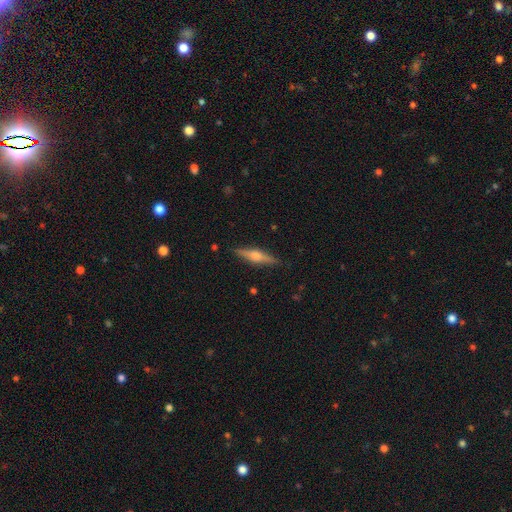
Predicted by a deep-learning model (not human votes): Smooth or featured? Predicted: featured or disk (p=0.62). Edge-on disk? Predicted: yes (p=0.97). Edge-on bulge? Predicted: rounded (p=0.86). Merging? Predicted: none (p=0.89).